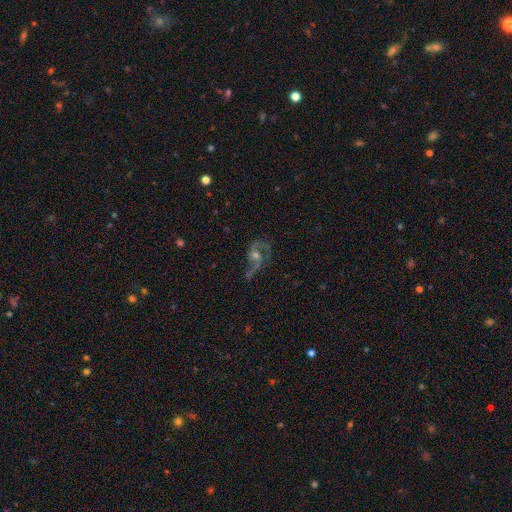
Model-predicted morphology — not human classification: Smooth or featured? featured or disk (85%)
Edge-on disk? no (97%)
Bar? no (58%)
Spiral arms? yes (95%)
Spiral winding? loose (45%)
Spiral arm count? 2 (86%)
Bulge size? moderate (56%)
Merging? none (59%)